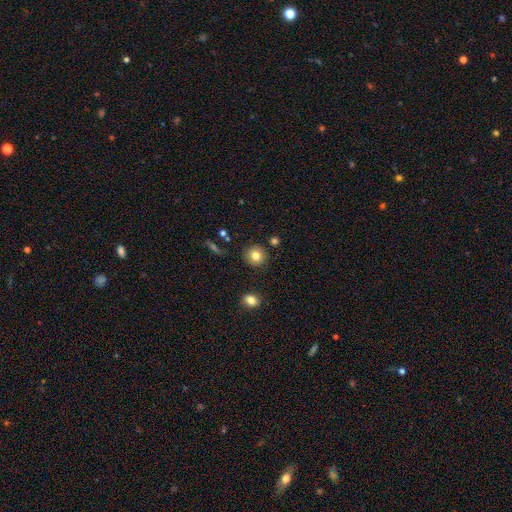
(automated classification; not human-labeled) Q: Smooth or featured?
A: smooth (80%); runner-up: star or artifact (11%)
Q: How rounded?
A: round (89%); runner-up: in between (10%)
Q: Merging?
A: none (87%); runner-up: minor disturbance (8%)